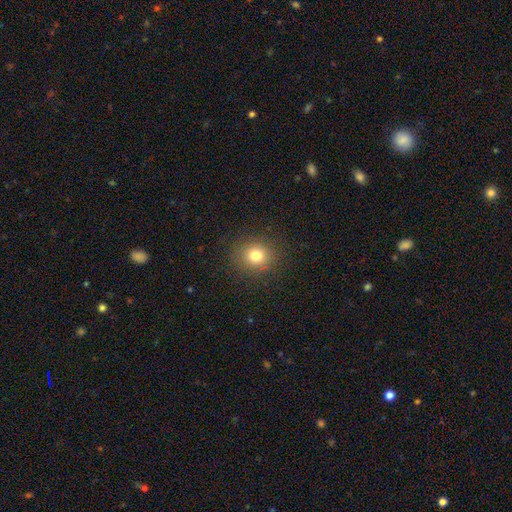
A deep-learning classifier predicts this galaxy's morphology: The model was most divided on "smooth or featured": smooth: 79%, star or artifact: 14%, featured or disk: 8%. More confident: merging — none (88%); how rounded — round (84%).